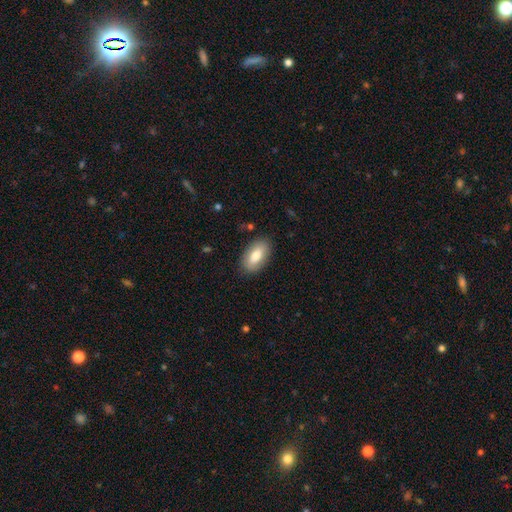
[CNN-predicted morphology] smooth_or_featured: smooth (p=0.80) [alt: featured or disk p=0.14]
how_rounded: in between (p=0.93) [alt: round p=0.04]
merging: none (p=0.86) [alt: minor disturbance p=0.10]